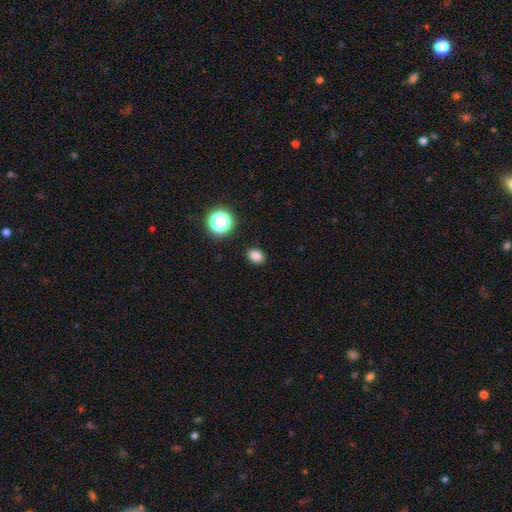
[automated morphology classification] Overall: smooth (82%). How rounded: in between (60%; round 39%). Merging: none (88%).